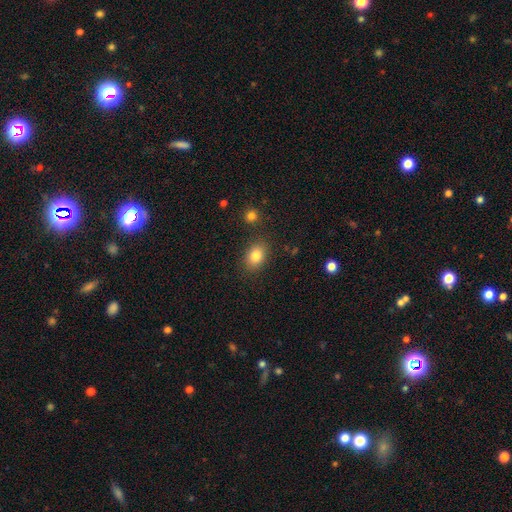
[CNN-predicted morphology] Q: Smooth or featured?
A: smooth (83%); runner-up: star or artifact (10%)
Q: How rounded?
A: in between (68%); runner-up: round (31%)
Q: Merging?
A: none (84%); runner-up: minor disturbance (10%)